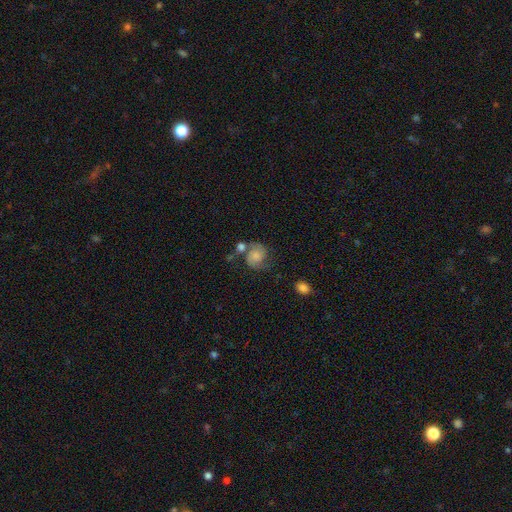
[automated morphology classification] A featured or disk galaxy (63%) with no bar (71%), 2 (87%) medium (48%) spiral arms (92%) and a moderate central bulge (30%, tied with small).

Vote fractions:
- Smooth or featured? featured or disk: 63% / smooth: 29% / star or artifact: 9%
- Edge-on disk? no: 98% / yes: 2%
- Bar? no: 71% / weak: 25% / strong: 4%
- Spiral arms? yes: 92% / no: 8%
- Spiral winding? medium: 48% / tight: 30% / loose: 22%
- Spiral arm count? 2: 87% / can't tell: 6% / 1: 3% / 3: 2% / 4: 1% / more than 4: 1%
- Bulge size? moderate: 30% (tied) / small: 30% (tied) / none: 24% / large: 13% / dominant: 3%
- Merging? none: 52% / minor disturbance: 19% / merger: 17% / major disturbance: 12%